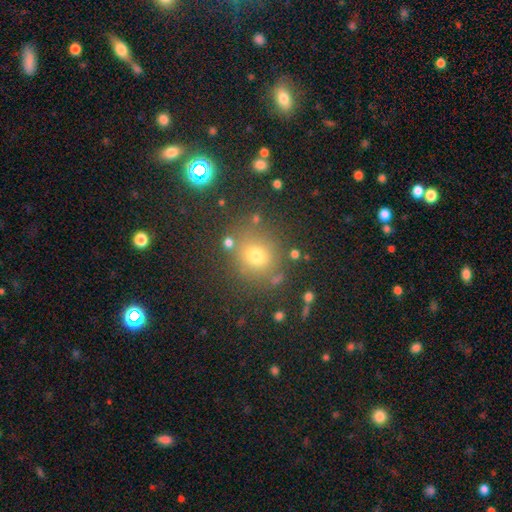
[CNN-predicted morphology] smooth-or-featured: smooth: 68% | star or artifact: 23% | featured or disk: 9%
  how-rounded: round: 84% | in between: 15% | cigar-shaped: 1%
  merging: none: 80% | minor disturbance: 10% | merger: 6% | major disturbance: 4%